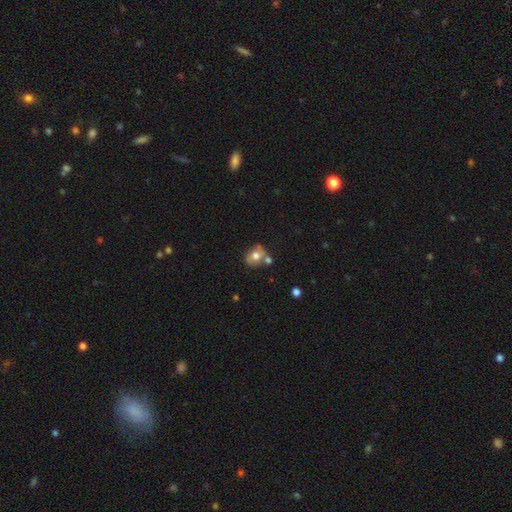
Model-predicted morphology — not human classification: Q: Smooth or featured?
A: smooth (64%); runner-up: featured or disk (27%)
Q: How rounded?
A: round (55%); runner-up: in between (44%)
Q: Merging?
A: none (49%); runner-up: merger (27%)